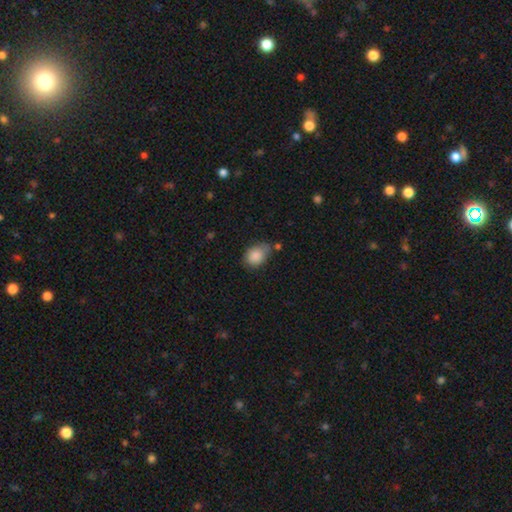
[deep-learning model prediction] Q: Smooth or featured?
A: smooth (87%); runner-up: star or artifact (8%)
Q: How rounded?
A: in between (69%); runner-up: round (29%)
Q: Merging?
A: none (54%); runner-up: minor disturbance (31%)